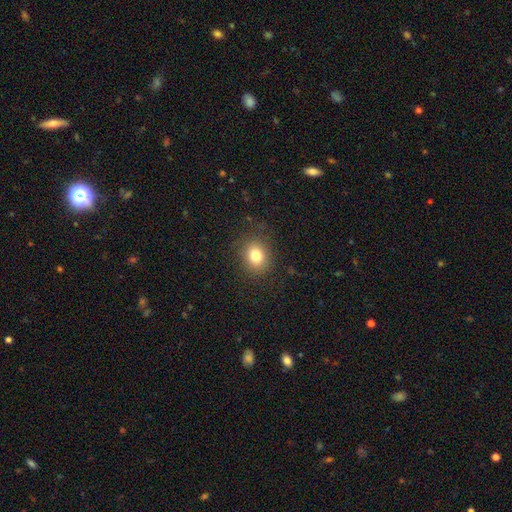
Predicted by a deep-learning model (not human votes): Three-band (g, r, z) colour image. It shows a smooth galaxy with no disk features (80%) that is round (61%). Merging: none (86%).